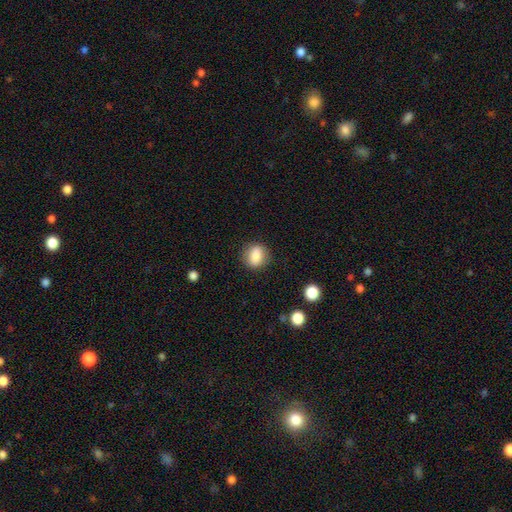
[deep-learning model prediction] A smooth galaxy with no disk features (84%) that is round (52%). Merging: none (83%).